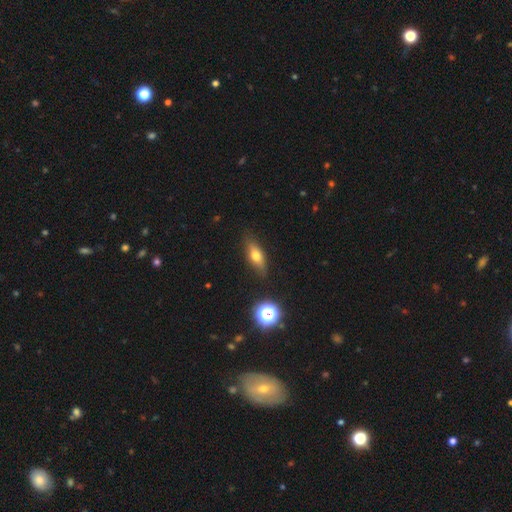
Smooth or featured? smooth (55%)
How rounded? in between (50%)
Merging? none (91%)